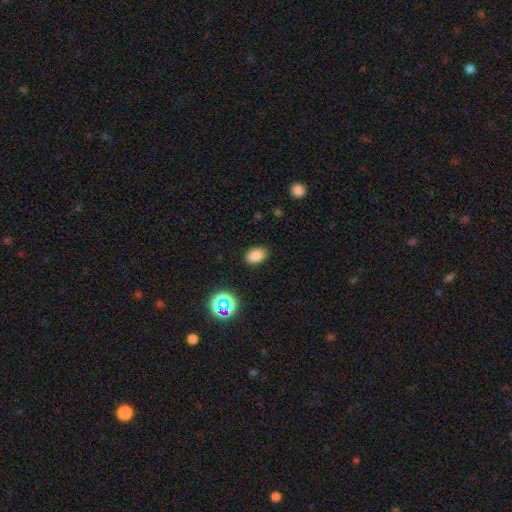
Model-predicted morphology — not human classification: Smooth or featured?
  - smooth: 81% *
  - star or artifact: 14%
  - featured or disk: 6%
How rounded?
  - in between: 85% *
  - round: 14%
  - cigar-shaped: 1%
Merging?
  - none: 87% *
  - minor disturbance: 9%
  - major disturbance: 3%
  - merger: 1%